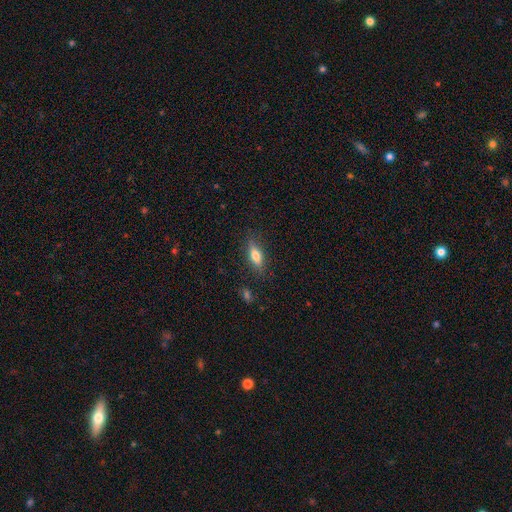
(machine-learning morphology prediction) Smooth or featured? smooth (66%)
How rounded? in between (58%)
Merging? none (82%)